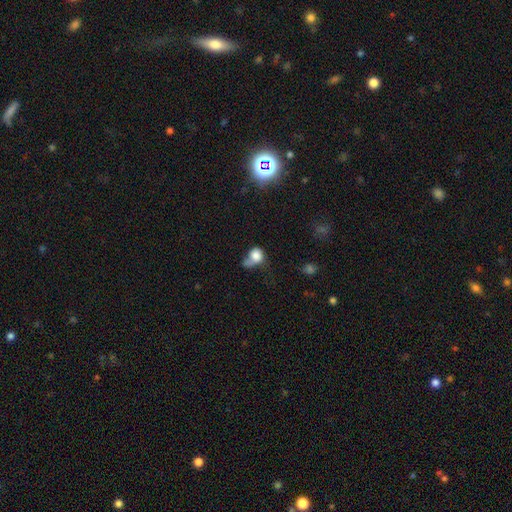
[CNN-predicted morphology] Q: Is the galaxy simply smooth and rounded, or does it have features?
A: smooth — 76%.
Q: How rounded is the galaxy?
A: round — 58%.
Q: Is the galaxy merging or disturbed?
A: major disturbance — 30%.